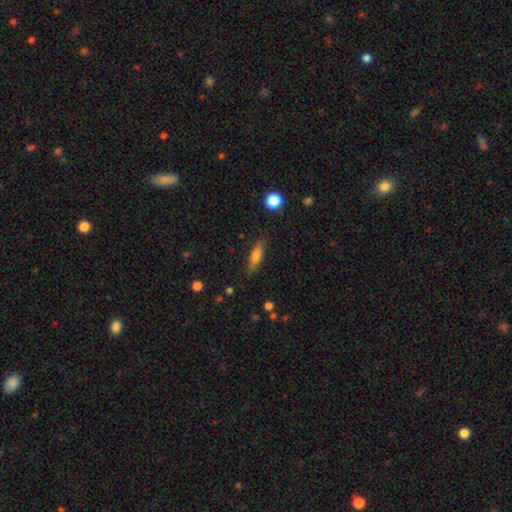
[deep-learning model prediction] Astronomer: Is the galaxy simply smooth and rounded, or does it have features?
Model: smooth — 66%.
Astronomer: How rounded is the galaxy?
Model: cigar-shaped — 64%.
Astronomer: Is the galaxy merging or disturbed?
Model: none — 83%.